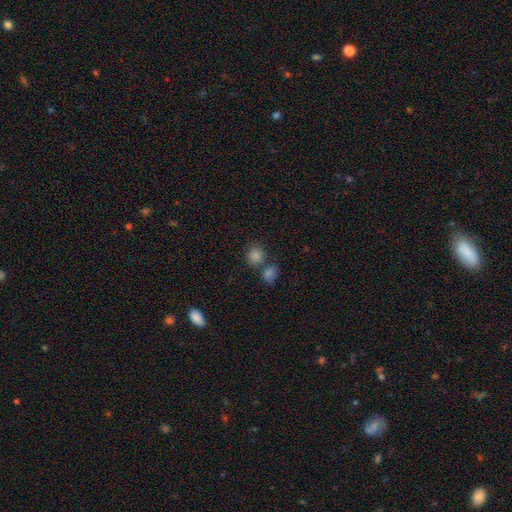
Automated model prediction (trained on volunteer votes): This is likely a smooth galaxy (78%). How rounded: likely round (80%). Merging: possibly none (59%).